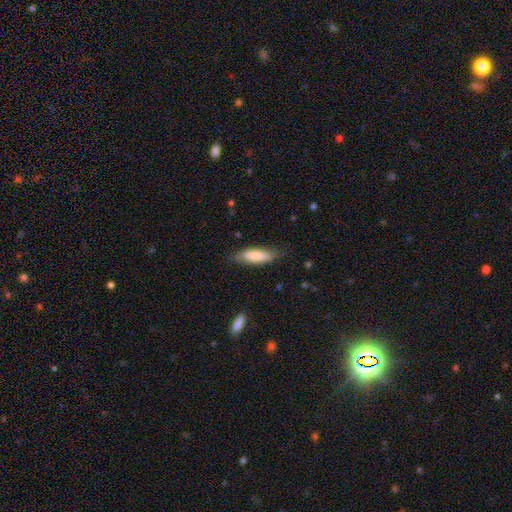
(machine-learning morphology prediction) Smooth or featured: smooth — 81% (featured or disk — 14%)
How rounded: in between — 53% (cigar-shaped — 46%)
Merging: none — 75% (minor disturbance — 19%)